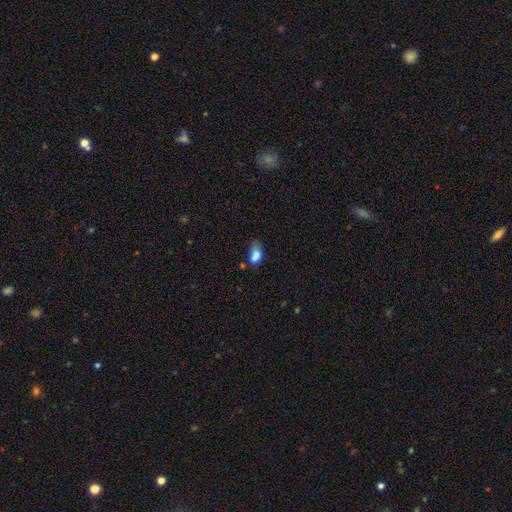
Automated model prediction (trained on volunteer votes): Overall: smooth (81%). How rounded: in between (89%). Merging: minor disturbance (40%; none 32%).